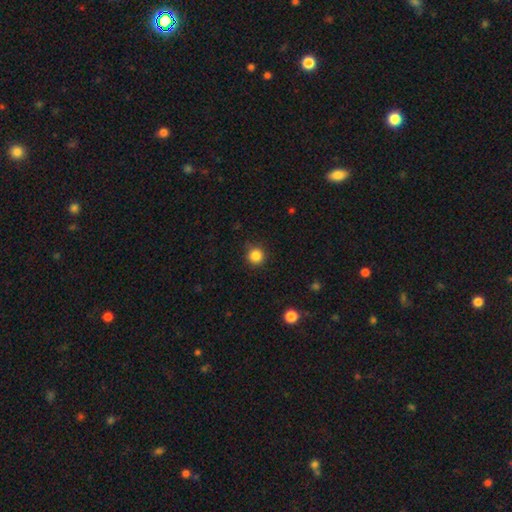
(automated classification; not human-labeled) This is clearly a smooth galaxy (85%). How rounded: clearly round (94%). Merging: clearly none (88%).